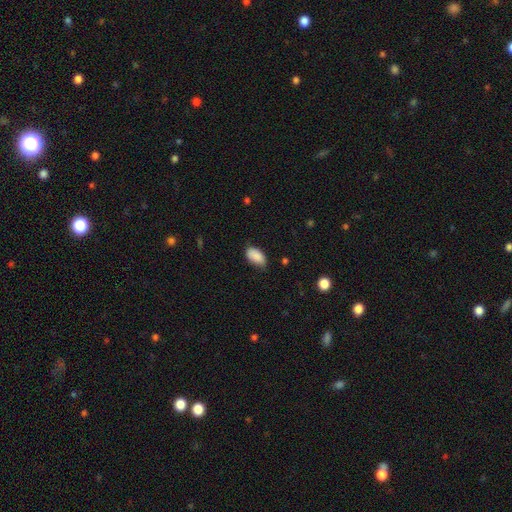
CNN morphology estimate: smooth 89%, star or artifact 7%, featured or disk 5%. Down the decision tree: how rounded — in between (94%); merging — none (71%).